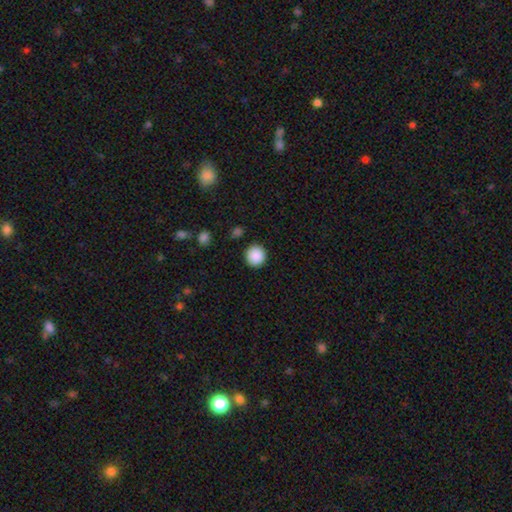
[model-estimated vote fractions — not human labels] A smooth galaxy with no disk features (89%) that is round (95%).

Vote fractions:
- Smooth or featured? smooth: 89% / star or artifact: 9% / featured or disk: 3%
- How rounded? round: 95% / in between: 4% / cigar-shaped: 1%
- Merging? none: 91% / minor disturbance: 5% / major disturbance: 2% / merger: 2%